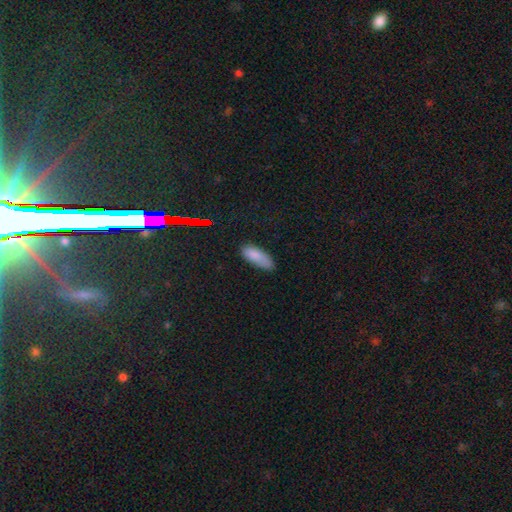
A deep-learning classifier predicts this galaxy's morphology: A smooth galaxy with no disk features (84%) that is in between round and cigar-shaped (74%). Merging: none (68%).